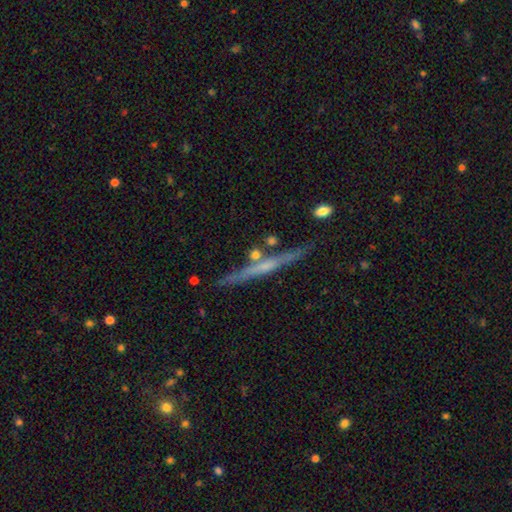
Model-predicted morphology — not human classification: Q: Smooth or featured?
A: featured or disk (56%); runner-up: smooth (35%)
Q: Edge-on disk?
A: yes (92%); runner-up: no (8%)
Q: Edge-on bulge?
A: none (56%); runner-up: rounded (33%)
Q: Merging?
A: none (74%); runner-up: minor disturbance (13%)